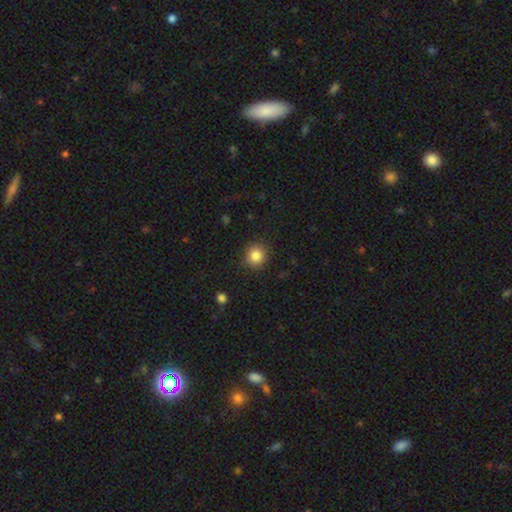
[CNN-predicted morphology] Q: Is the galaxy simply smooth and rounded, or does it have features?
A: smooth — 85%.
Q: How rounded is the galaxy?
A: round — 89%.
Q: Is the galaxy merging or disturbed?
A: none — 88%.